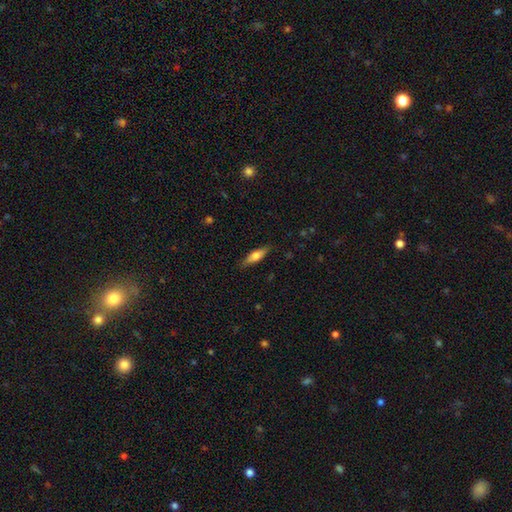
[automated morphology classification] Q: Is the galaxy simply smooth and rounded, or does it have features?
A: smooth — 59%.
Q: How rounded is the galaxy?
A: cigar-shaped — 56%.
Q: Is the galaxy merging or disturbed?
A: none — 85%.